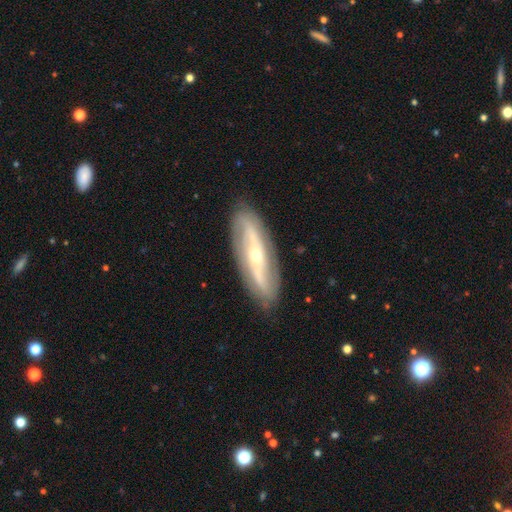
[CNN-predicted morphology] smooth-or-featured: featured or disk: 81% | smooth: 13% | star or artifact: 6%
  disk-edge-on: no: 79% | yes: 21%
    bar: no: 41% | strong: 34% | weak: 25%
    has-spiral-arms: yes: 83% | no: 17%
      spiral-winding: loose: 36% | medium: 35% | tight: 29%
      spiral-arm-count: 2: 82% | can't tell: 11% | 3: 2% | 1: 2% | 4: 1% | more than 4: 1%
    bulge-size: small: 62% | moderate: 35% | large: 2% | dominant: 1% | none: 1%
  merging: none: 86% | minor disturbance: 10% | major disturbance: 3% | merger: 1%